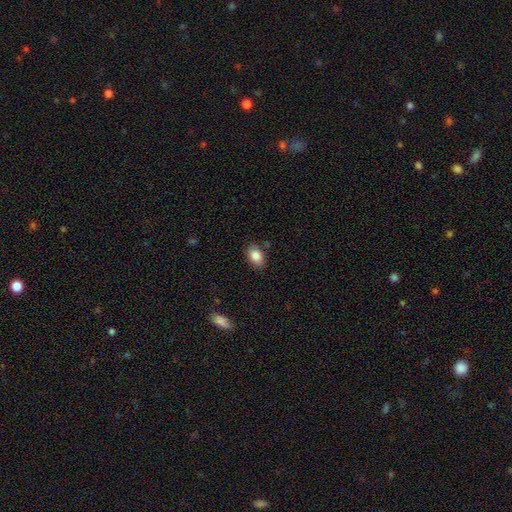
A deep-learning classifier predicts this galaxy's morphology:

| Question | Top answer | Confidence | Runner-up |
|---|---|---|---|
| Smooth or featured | smooth | 85% | star or artifact (8%) |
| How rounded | in between | 81% | round (18%) |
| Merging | none | 79% | minor disturbance (15%) |